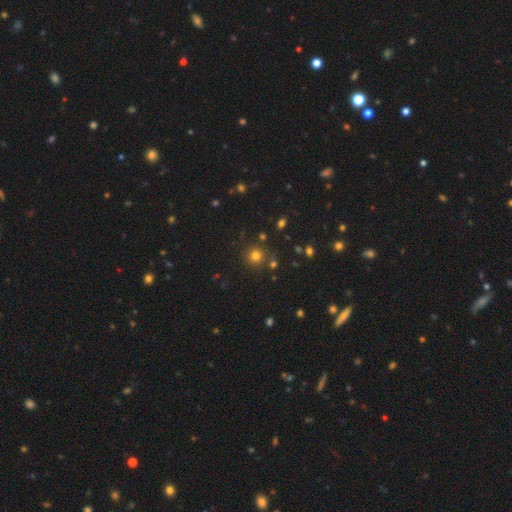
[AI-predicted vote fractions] Smooth or featured?
  - smooth: 75% *
  - star or artifact: 19%
  - featured or disk: 6%
How rounded?
  - round: 93% *
  - in between: 6%
  - cigar-shaped: 1%
Merging?
  - none: 82% *
  - minor disturbance: 8%
  - merger: 7%
  - major disturbance: 3%